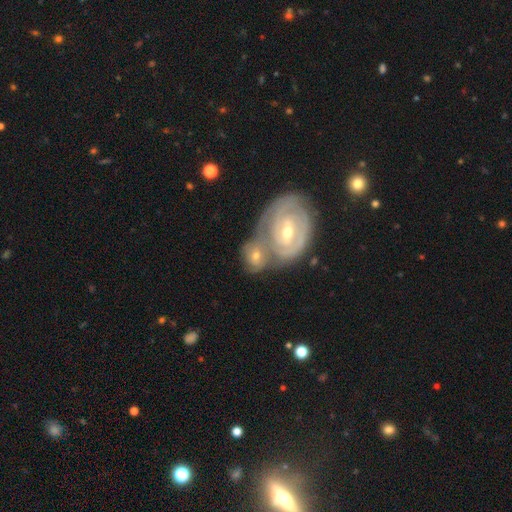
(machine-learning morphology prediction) Q: Smooth or featured?
A: featured or disk (63%); runner-up: smooth (31%)
Q: Edge-on disk?
A: no (95%); runner-up: yes (5%)
Q: Bar?
A: weak (42%); runner-up: no (40%)
Q: Spiral arms?
A: yes (77%); runner-up: no (23%)
Q: Bulge size?
A: moderate (64%); runner-up: small (30%)
Q: Merging?
A: merger (60%); runner-up: none (26%)